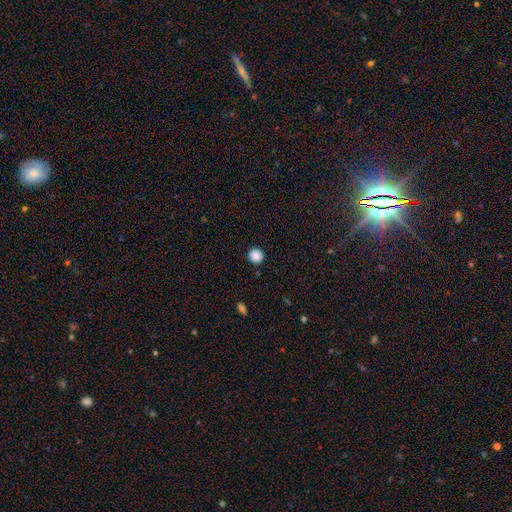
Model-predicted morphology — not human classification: smooth_or_featured: smooth (p=0.88) [alt: star or artifact p=0.10]
how_rounded: round (p=0.93) [alt: in between p=0.06]
merging: none (p=0.92) [alt: minor disturbance p=0.05]